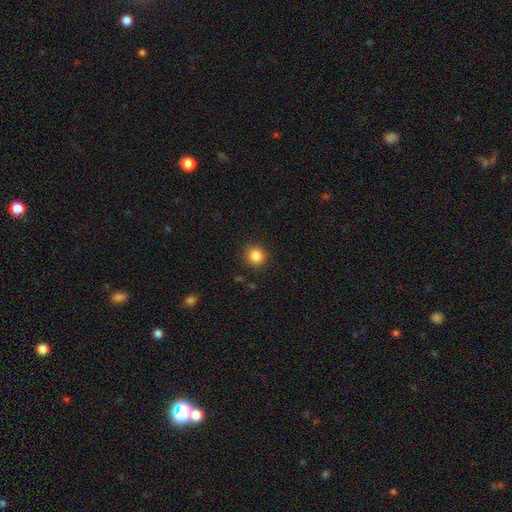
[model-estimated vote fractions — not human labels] Smooth or featured: smooth — 85% (star or artifact — 11%)
How rounded: round — 93% (in between — 6%)
Merging: none — 91% (minor disturbance — 6%)